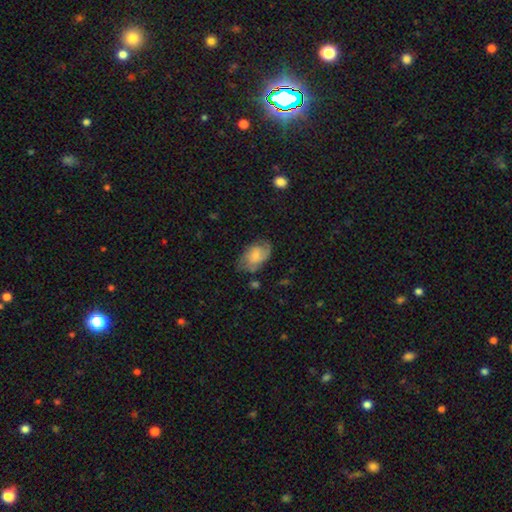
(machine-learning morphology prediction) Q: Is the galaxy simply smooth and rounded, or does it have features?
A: smooth — 51%.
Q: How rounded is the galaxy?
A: in between — 88%.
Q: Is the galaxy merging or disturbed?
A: none — 58%.